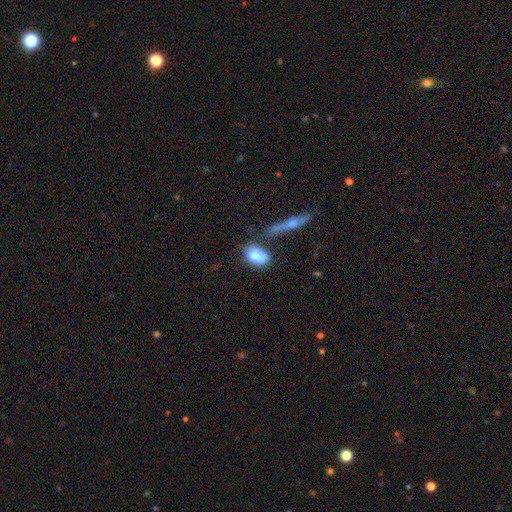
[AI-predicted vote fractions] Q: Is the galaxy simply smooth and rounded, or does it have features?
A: smooth — 70%.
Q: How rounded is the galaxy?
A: in between — 80%.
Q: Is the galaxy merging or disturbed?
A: merger — 31%, tied with none.